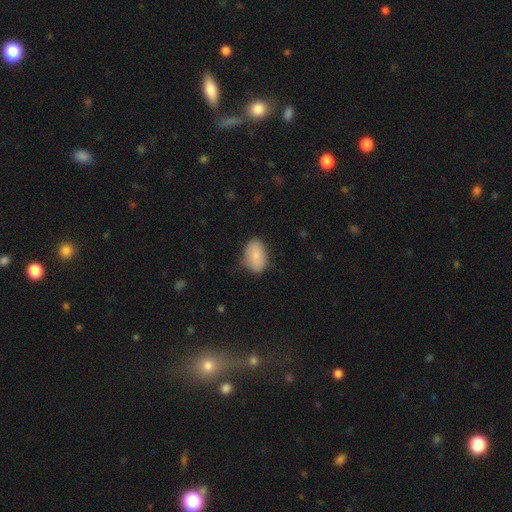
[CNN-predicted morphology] Q: Smooth or featured?
A: smooth (83%); runner-up: featured or disk (11%)
Q: How rounded?
A: in between (90%); runner-up: round (9%)
Q: Merging?
A: none (74%); runner-up: minor disturbance (20%)